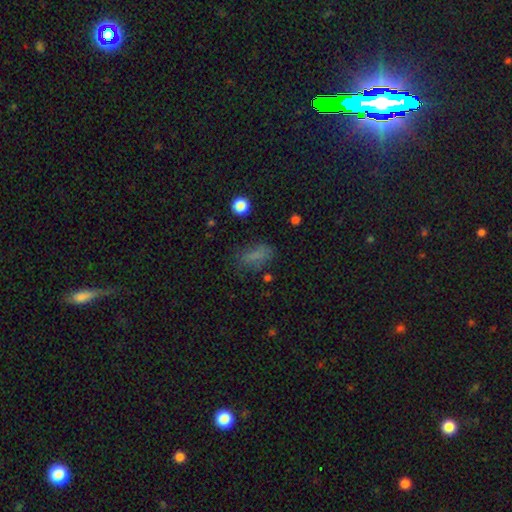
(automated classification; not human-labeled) This appears to be a smooth galaxy with no disk features (71%) that is in between round and cigar-shaped (74%). Merging: none (68%).